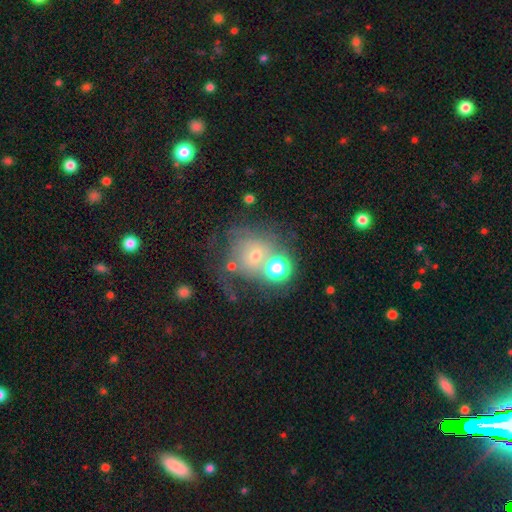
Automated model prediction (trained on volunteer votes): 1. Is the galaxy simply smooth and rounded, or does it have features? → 41% featured or disk (tied), 41% smooth (tied), 18% star or artifact.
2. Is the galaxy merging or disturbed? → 35% none, 33% merger, 18% major disturbance, 14% minor disturbance.